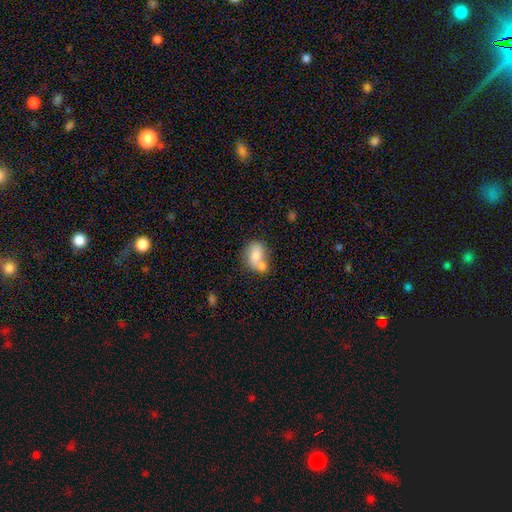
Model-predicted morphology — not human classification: The model was most divided on "merging": merger: 50%, none: 33%, minor disturbance: 13%, major disturbance: 5%. More confident: smooth or featured — smooth (72%); how rounded — in between (65%).